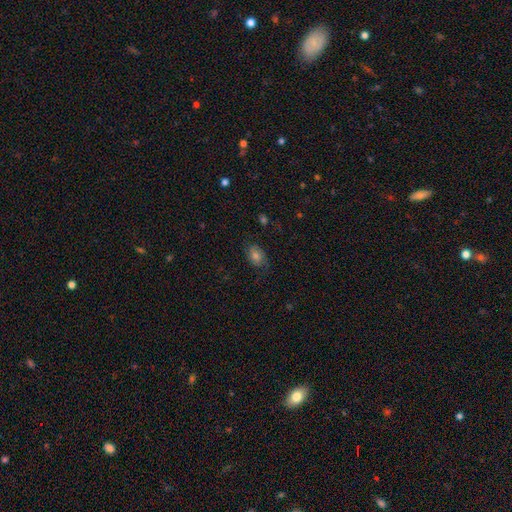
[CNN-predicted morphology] A smooth galaxy with no disk features (55%) that is in between round and cigar-shaped (75%). Merging: none (68%).